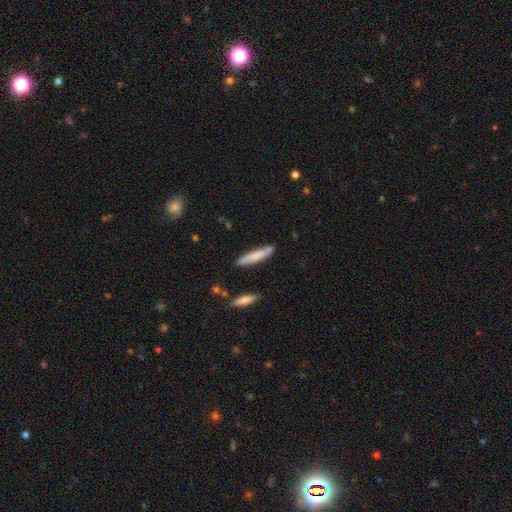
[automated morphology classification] smooth-or-featured: smooth: 77% | featured or disk: 17% | star or artifact: 6%
  how-rounded: cigar-shaped: 86% | in between: 13% | round: 1%
  merging: none: 78% | minor disturbance: 14% | merger: 5% | major disturbance: 2%